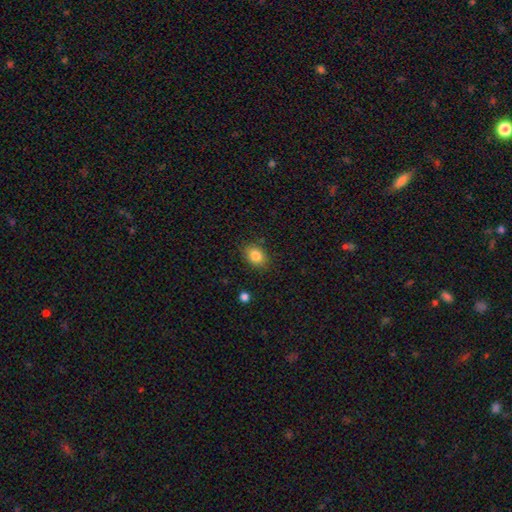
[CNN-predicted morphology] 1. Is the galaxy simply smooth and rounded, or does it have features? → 84% smooth, 9% star or artifact, 7% featured or disk.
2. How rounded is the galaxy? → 66% in between, 33% round, 1% cigar-shaped.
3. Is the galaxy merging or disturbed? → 84% none, 12% minor disturbance, 3% major disturbance, 2% merger.